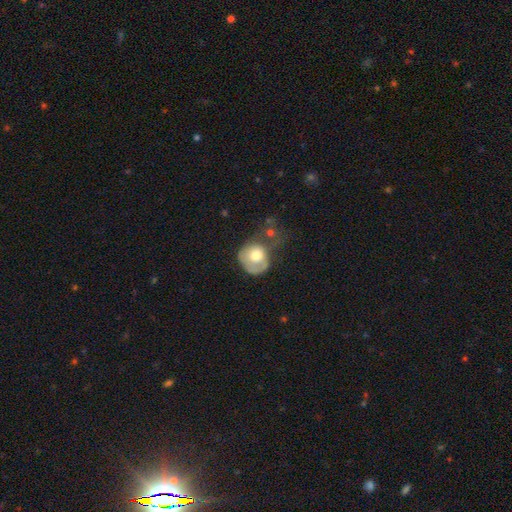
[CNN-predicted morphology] Smooth or featured?
  - smooth: 62% *
  - featured or disk: 31%
  - star or artifact: 7%
How rounded?
  - round: 69% *
  - in between: 30%
  - cigar-shaped: 1%
Merging?
  - major disturbance: 35% *
  - none: 28%
  - minor disturbance: 25%
  - merger: 13%